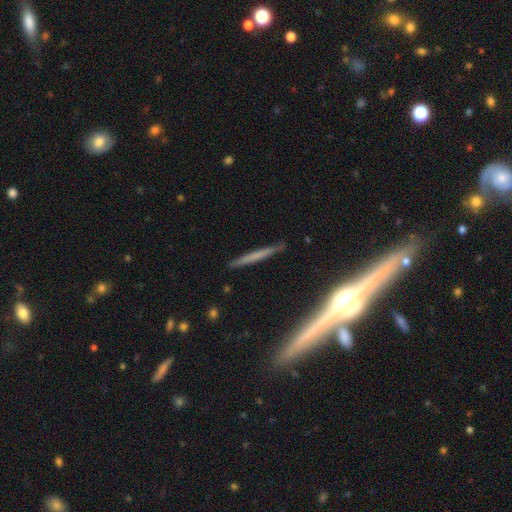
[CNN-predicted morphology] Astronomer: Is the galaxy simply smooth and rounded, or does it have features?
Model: featured or disk — 49% (runner-up: smooth, 41%).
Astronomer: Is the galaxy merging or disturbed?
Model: none — 86%.